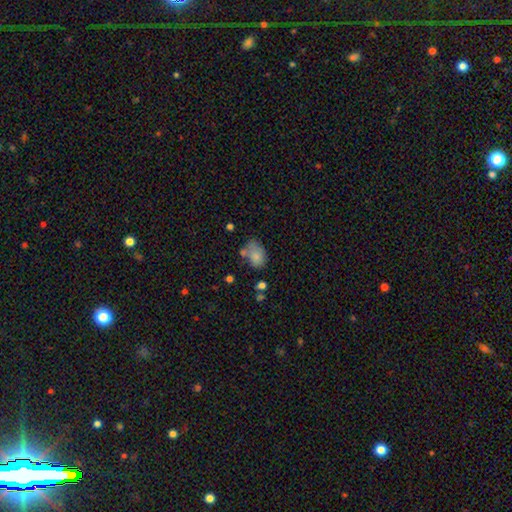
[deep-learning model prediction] Morphology: type=smooth (78%); roundness=in between (79%); merging=none (45%).